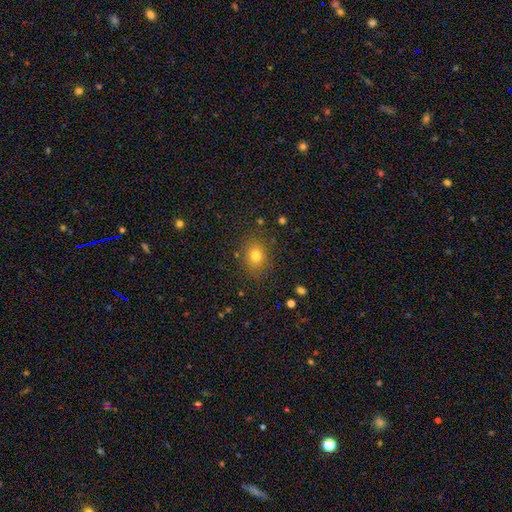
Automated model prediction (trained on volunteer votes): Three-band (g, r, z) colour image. It shows a smooth galaxy with no disk features (76%) that is round (54%). Merging: none (83%).